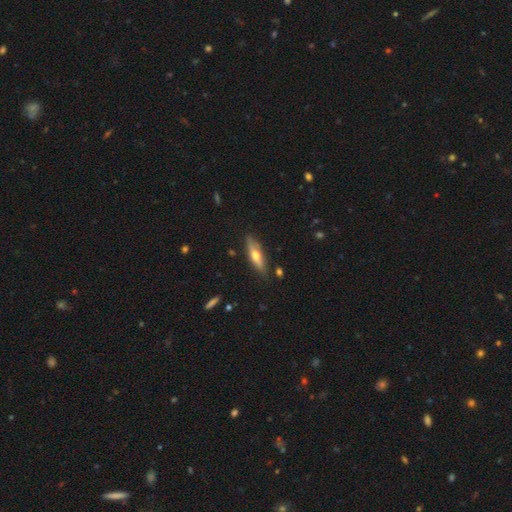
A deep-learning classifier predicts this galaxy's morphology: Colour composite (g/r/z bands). It shows a featured or disk galaxy (51%) viewed edge-on (87%). Merging: none (83%).